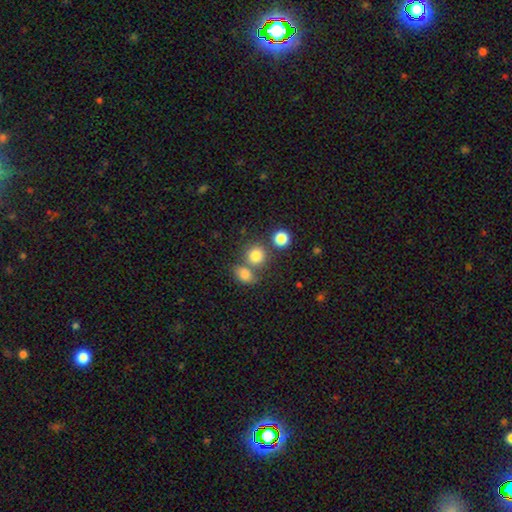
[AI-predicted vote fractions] smooth_or_featured: smooth (p=0.81) [alt: star or artifact p=0.12]
how_rounded: round (p=0.83) [alt: in between p=0.16]
merging: none (p=0.60) [alt: merger p=0.28]